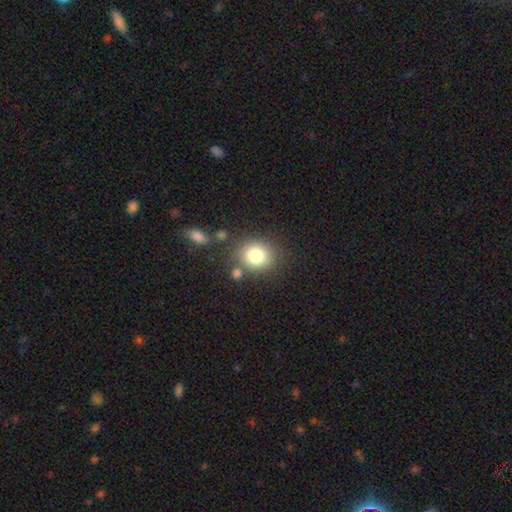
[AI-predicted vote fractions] Q: Smooth or featured?
A: smooth (79%); runner-up: star or artifact (11%)
Q: How rounded?
A: round (69%); runner-up: in between (30%)
Q: Merging?
A: none (75%); runner-up: minor disturbance (11%)